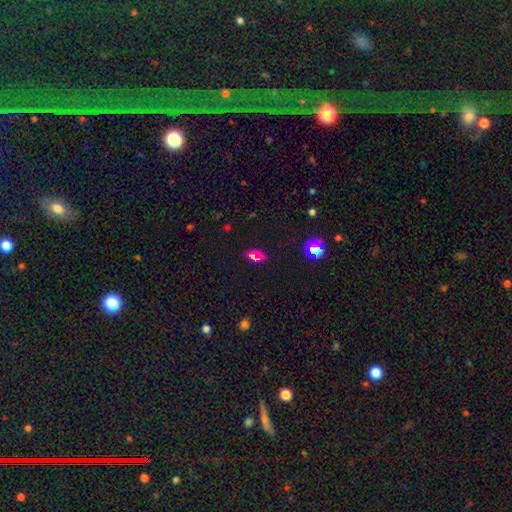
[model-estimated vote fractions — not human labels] This is possibly a smooth galaxy (58%). How rounded: likely in between (80%). Merging: clearly none (83%).